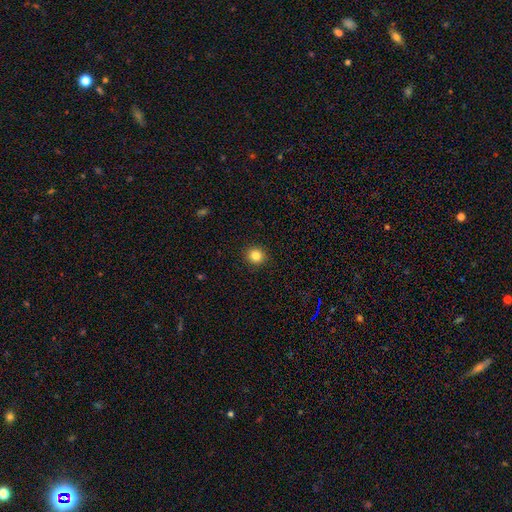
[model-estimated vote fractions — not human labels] The model was most divided on "smooth or featured": smooth: 84%, star or artifact: 11%, featured or disk: 5%. More confident: merging — none (92%); how rounded — round (92%).